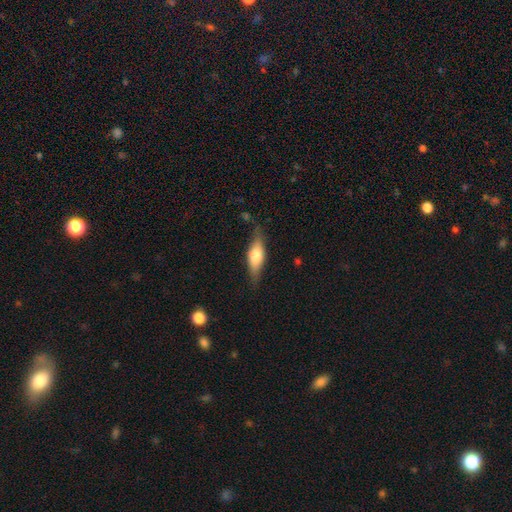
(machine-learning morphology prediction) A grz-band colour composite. It shows a smooth galaxy with no disk features (57%) that is in between round and cigar-shaped (58%). Merging: none (73%).